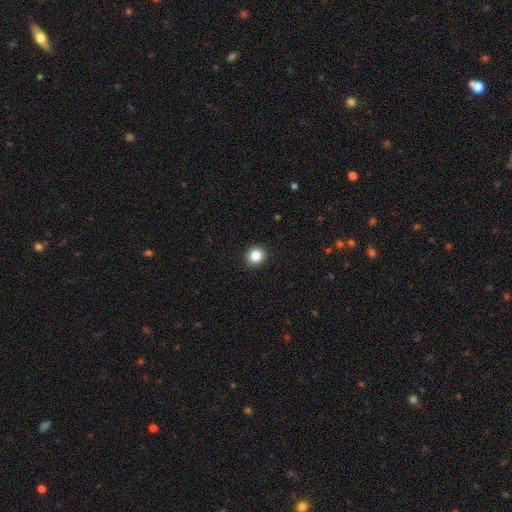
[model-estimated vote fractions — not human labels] Smooth or featured?
  - smooth: 85% *
  - star or artifact: 10%
  - featured or disk: 5%
How rounded?
  - round: 85% *
  - in between: 14%
  - cigar-shaped: 1%
Merging?
  - none: 92% *
  - minor disturbance: 5%
  - major disturbance: 2%
  - merger: 1%